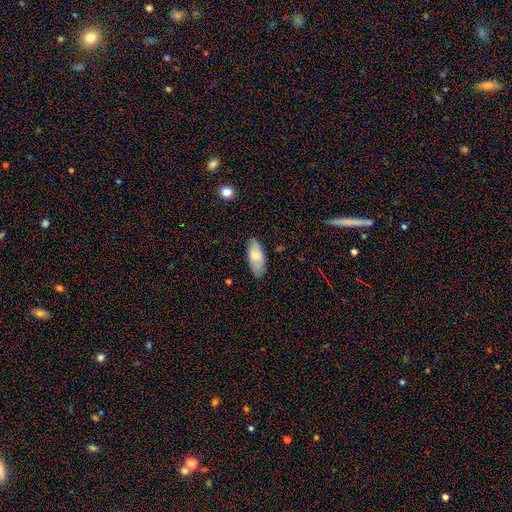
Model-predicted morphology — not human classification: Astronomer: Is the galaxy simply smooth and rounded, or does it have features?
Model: smooth — 74%.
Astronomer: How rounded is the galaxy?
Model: in between — 88%.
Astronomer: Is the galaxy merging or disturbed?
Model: none — 80%.